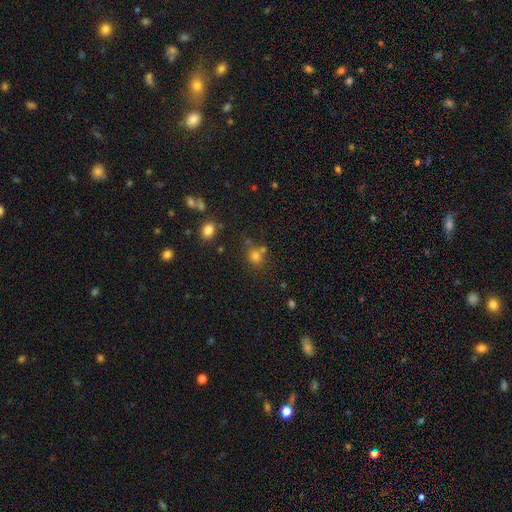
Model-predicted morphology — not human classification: smooth_or_featured: smooth (p=0.73) [alt: star or artifact p=0.19]
how_rounded: round (p=0.70) [alt: in between p=0.29]
merging: none (p=0.64) [alt: merger p=0.20]